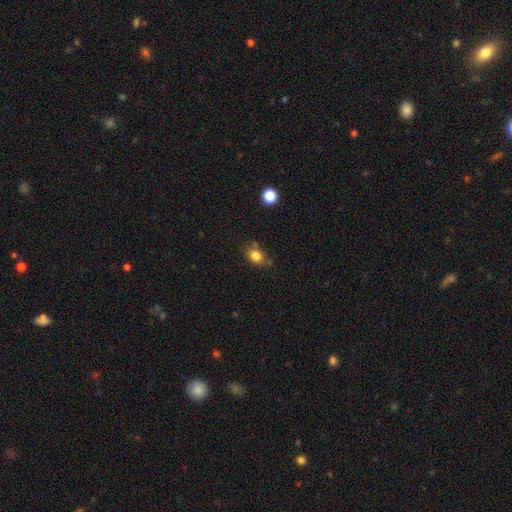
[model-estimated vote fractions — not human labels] Smooth or featured?
  - smooth: 82% *
  - star or artifact: 11%
  - featured or disk: 7%
How rounded?
  - in between: 53% *
  - round: 46%
  - cigar-shaped: 1%
Merging?
  - none: 69% *
  - minor disturbance: 18%
  - merger: 7%
  - major disturbance: 5%